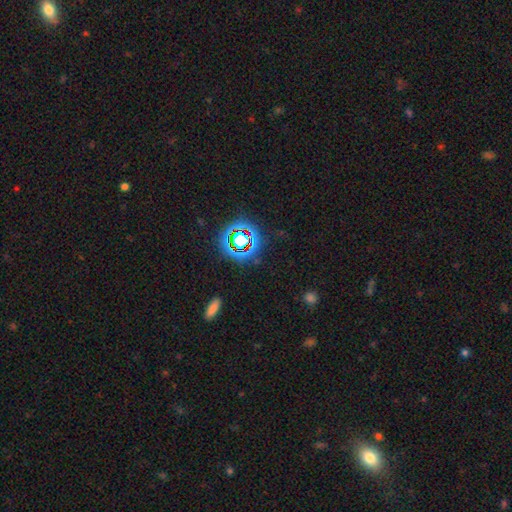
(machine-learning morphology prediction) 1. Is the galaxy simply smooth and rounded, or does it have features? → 60% star or artifact, 27% smooth, 13% featured or disk.